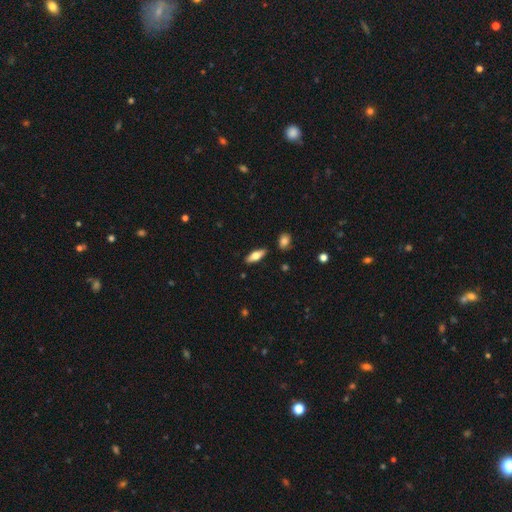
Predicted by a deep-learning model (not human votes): This appears to be a smooth galaxy with no disk features (59%) that is in between round and cigar-shaped (67%). Merging: none (86%).